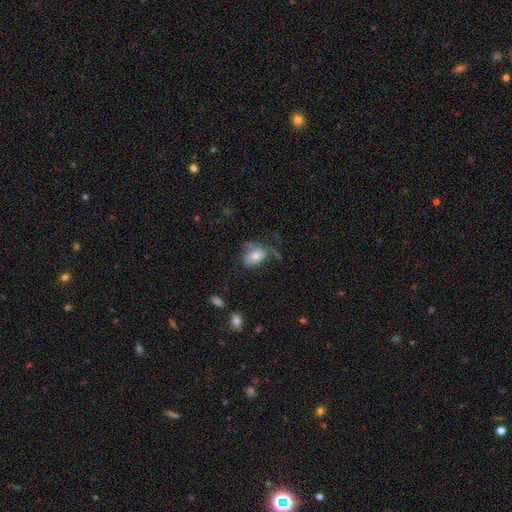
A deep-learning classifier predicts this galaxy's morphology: A smooth galaxy with no disk features (64%) that is in between round and cigar-shaped (80%).

Vote fractions:
- Smooth or featured? smooth: 64% / featured or disk: 26% / star or artifact: 9%
- How rounded? in between: 80% / round: 18% / cigar-shaped: 2%
- Merging? none: 37% / major disturbance: 30% / minor disturbance: 27% / merger: 6%